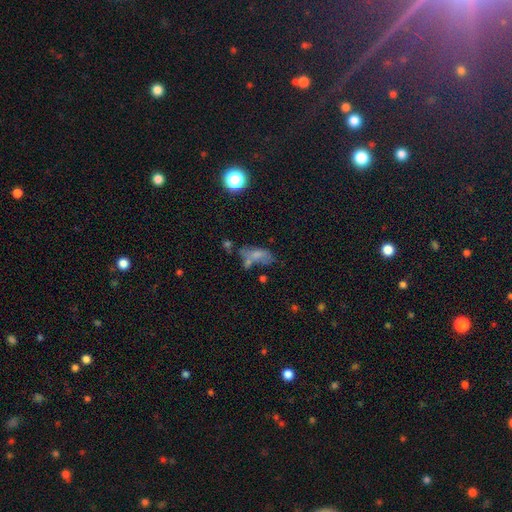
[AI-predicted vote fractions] Smooth or featured?
  - smooth: 57% *
  - featured or disk: 27%
  - star or artifact: 16%
How rounded?
  - in between: 81% *
  - cigar-shaped: 12%
  - round: 7%
Merging?
  - none: 36% *
  - merger: 24%
  - minor disturbance: 22%
  - major disturbance: 19%